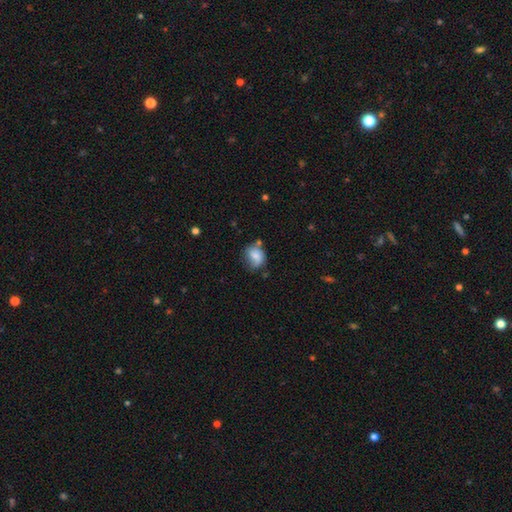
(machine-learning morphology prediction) smooth_or_featured: smooth (p=0.70) [alt: featured or disk p=0.20]
how_rounded: round (p=0.54) [alt: in between p=0.45]
merging: none (p=0.49) [alt: minor disturbance p=0.31]